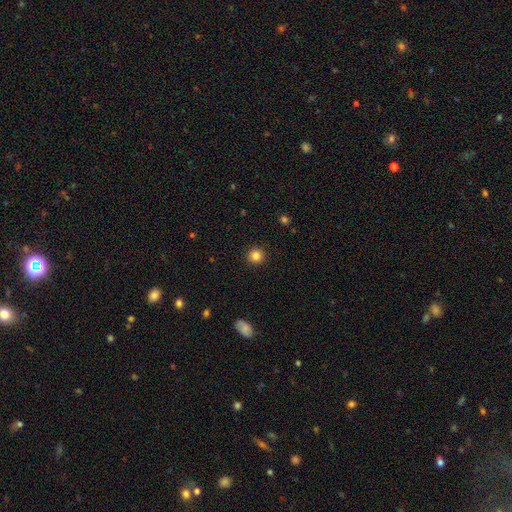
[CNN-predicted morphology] Smooth or featured? smooth (84%)
How rounded? round (94%)
Merging? none (92%)